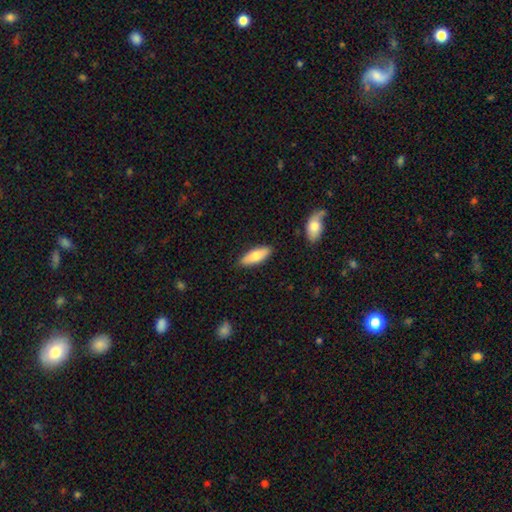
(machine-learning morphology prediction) Overall: smooth (75%). How rounded: in between (63%; cigar-shaped 35%). Merging: none (86%).